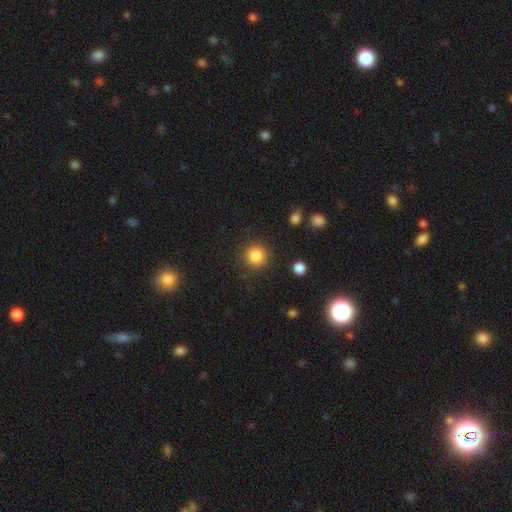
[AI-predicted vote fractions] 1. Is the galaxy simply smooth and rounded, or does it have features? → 86% smooth, 10% star or artifact, 4% featured or disk.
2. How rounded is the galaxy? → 94% round, 5% in between, 1% cigar-shaped.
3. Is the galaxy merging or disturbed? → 88% none, 7% minor disturbance, 3% major disturbance, 2% merger.